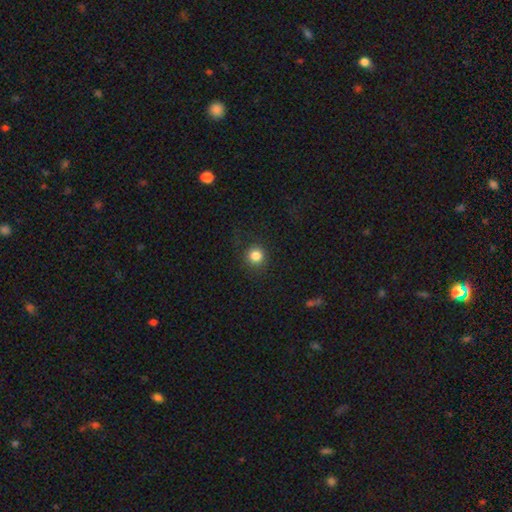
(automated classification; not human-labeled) smooth 84%, star or artifact 11%, featured or disk 5%. Down the decision tree: how rounded — round (93%); merging — none (88%).